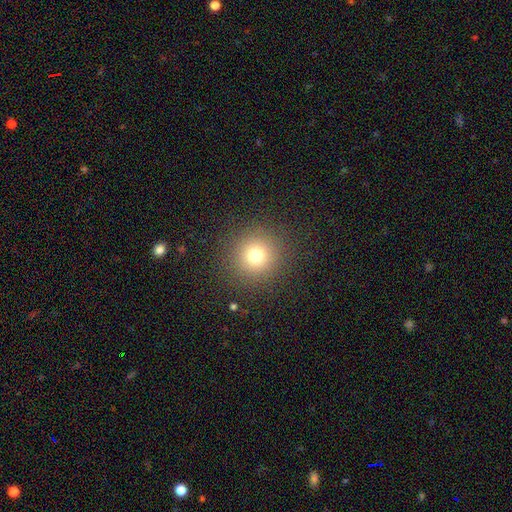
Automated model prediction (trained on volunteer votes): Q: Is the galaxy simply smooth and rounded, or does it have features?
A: smooth — 74%.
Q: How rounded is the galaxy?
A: round — 95%.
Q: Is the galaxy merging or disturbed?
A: none — 90%.